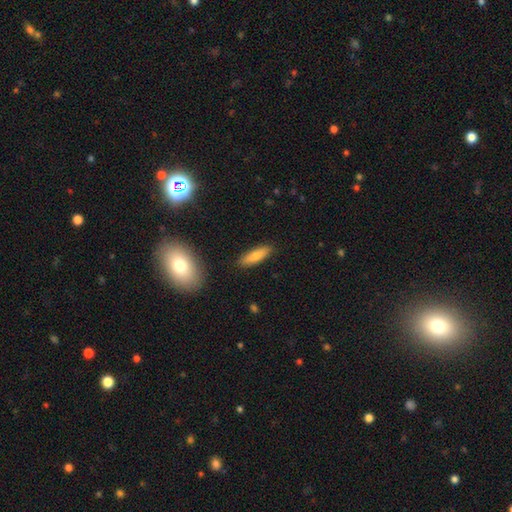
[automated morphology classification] Smooth or featured?
  - smooth: 77% *
  - featured or disk: 16%
  - star or artifact: 7%
How rounded?
  - cigar-shaped: 54% *
  - in between: 44%
  - round: 2%
Merging?
  - none: 87% *
  - minor disturbance: 9%
  - major disturbance: 2%
  - merger: 2%